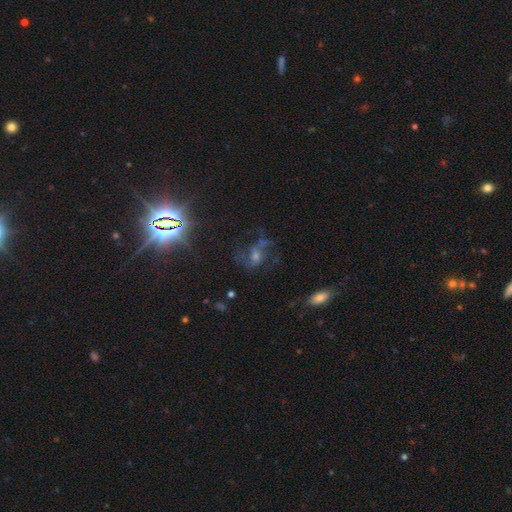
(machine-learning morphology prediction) This appears to be a featured or disk galaxy (41%, tied with star or artifact). Merging: none (55%).